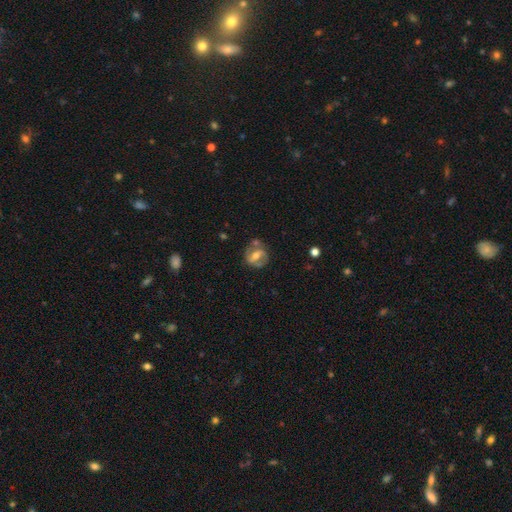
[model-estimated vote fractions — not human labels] featured or disk 60%, smooth 33%, star or artifact 8%. Down the decision tree: edge-on disk — no (94%); bar — strong (38%, tied with weak); spiral arms — yes (60%); bulge size — moderate (64%); merging — none (62%).